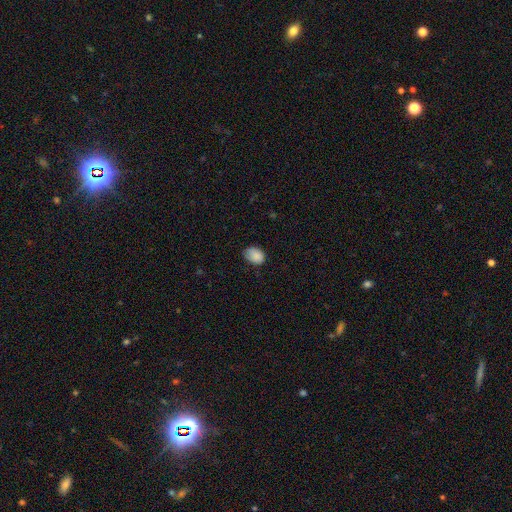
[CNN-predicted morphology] smooth_or_featured: smooth (p=0.85) [alt: star or artifact p=0.08]
how_rounded: in between (p=0.73) [alt: round p=0.26]
merging: none (p=0.61) [alt: minor disturbance p=0.32]